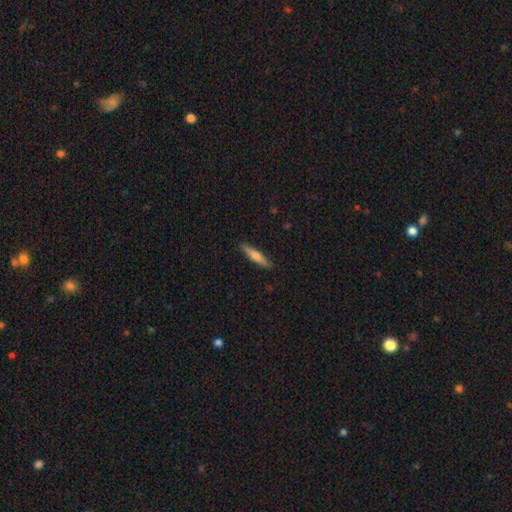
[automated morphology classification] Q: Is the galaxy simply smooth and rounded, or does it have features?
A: smooth — 66%.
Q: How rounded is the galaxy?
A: cigar-shaped — 85%.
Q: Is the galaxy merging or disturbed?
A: none — 89%.